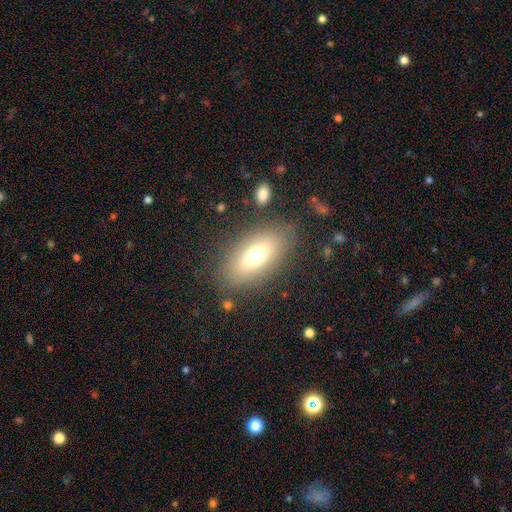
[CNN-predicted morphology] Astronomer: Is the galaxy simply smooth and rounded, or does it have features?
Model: smooth — 69%.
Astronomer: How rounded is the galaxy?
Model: in between — 85%.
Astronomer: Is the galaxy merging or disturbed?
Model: none — 82%.